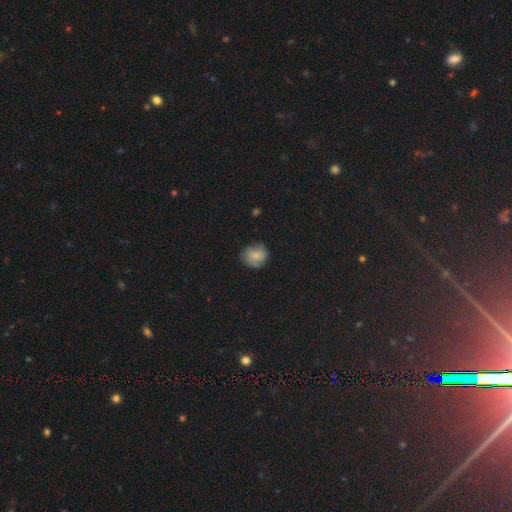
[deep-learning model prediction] smooth-or-featured: smooth: 76% | featured or disk: 15% | star or artifact: 8%
  how-rounded: round: 79% | in between: 20% | cigar-shaped: 1%
  merging: none: 70% | minor disturbance: 23% | major disturbance: 6% | merger: 1%